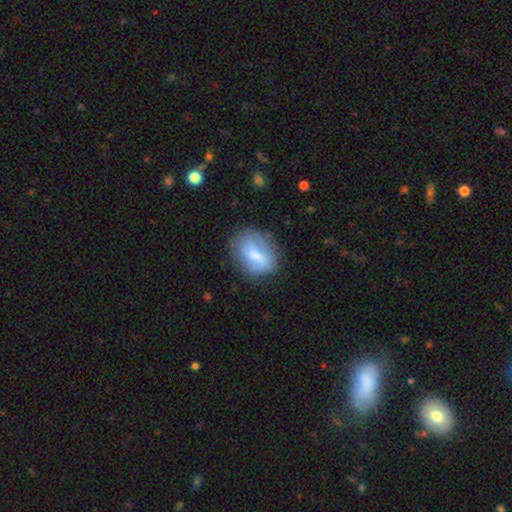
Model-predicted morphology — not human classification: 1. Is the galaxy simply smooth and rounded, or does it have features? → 63% smooth, 29% featured or disk, 7% star or artifact.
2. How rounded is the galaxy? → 73% in between, 24% round, 3% cigar-shaped.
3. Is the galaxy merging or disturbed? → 65% none, 23% minor disturbance, 9% major disturbance, 2% merger.